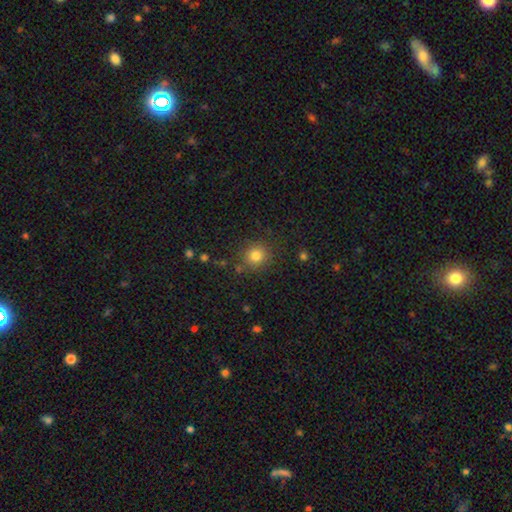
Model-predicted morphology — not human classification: This appears to be a smooth galaxy with no disk features (80%) that is round (89%). Merging: none (84%).